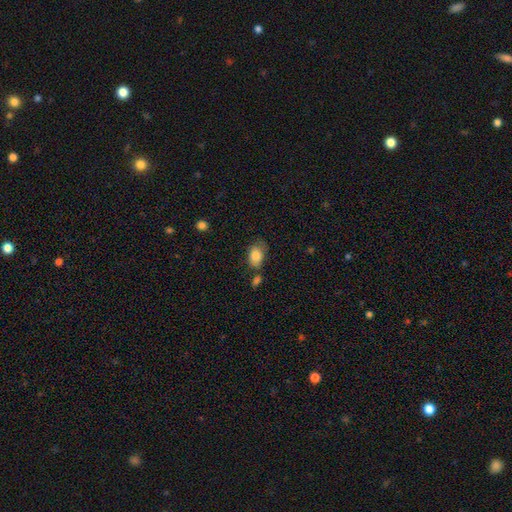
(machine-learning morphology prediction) This appears to be a smooth galaxy with no disk features (83%) that is in between round and cigar-shaped (84%). Merging: none (52%).